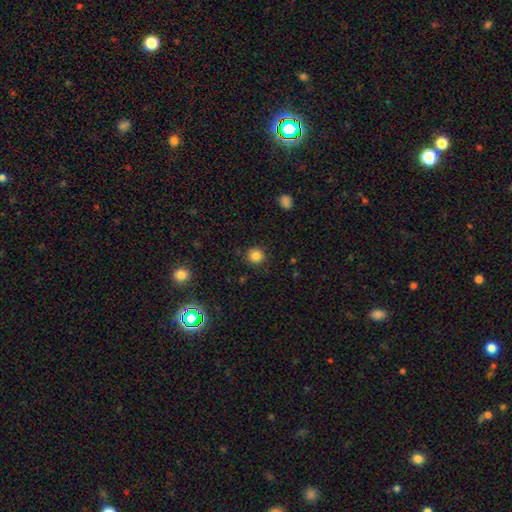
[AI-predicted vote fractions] Q: Smooth or featured?
A: smooth (83%); runner-up: star or artifact (12%)
Q: How rounded?
A: round (92%); runner-up: in between (7%)
Q: Merging?
A: none (89%); runner-up: minor disturbance (7%)